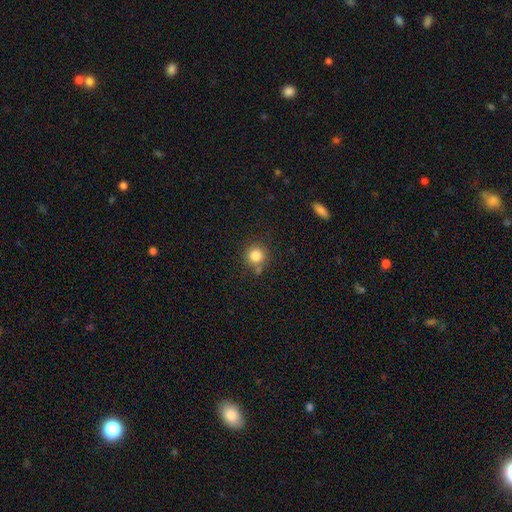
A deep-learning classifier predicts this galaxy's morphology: This is clearly a smooth galaxy (82%). How rounded: clearly round (94%). Merging: likely none (77%).